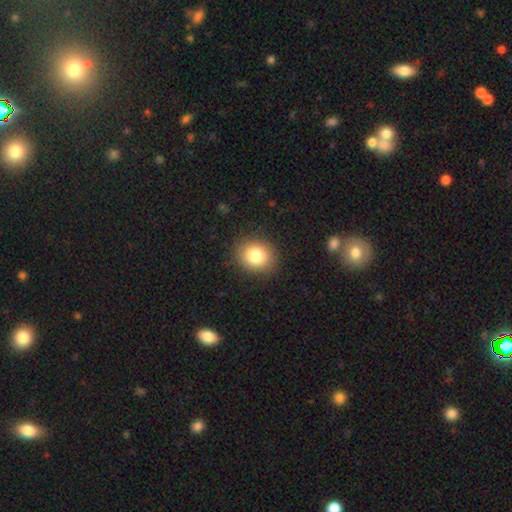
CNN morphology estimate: Smooth or featured? smooth (82%)
How rounded? round (70%)
Merging? none (88%)